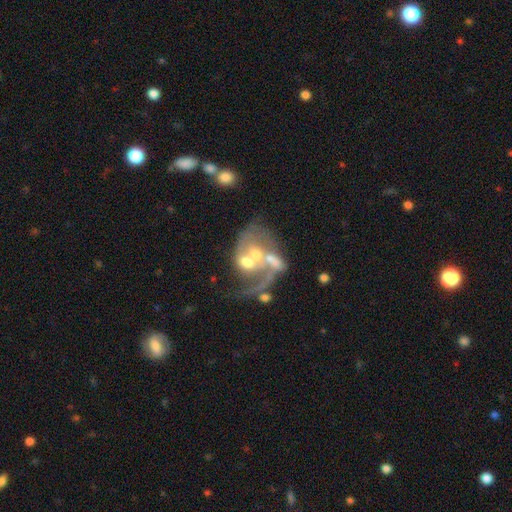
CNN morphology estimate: This appears to be a featured or disk galaxy (76%) with no bar (69%), 1 (40%) loose (51%) spiral arms (70%) and a moderate central bulge (46%). Merging: merger (51%).